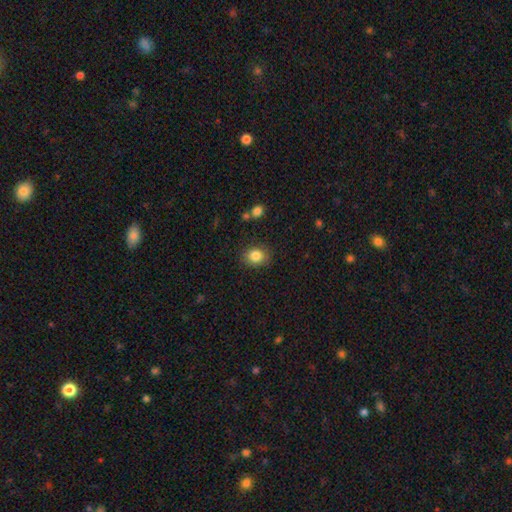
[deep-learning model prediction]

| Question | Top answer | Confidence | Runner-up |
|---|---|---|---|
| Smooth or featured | smooth | 84% | star or artifact (10%) |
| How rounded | round | 55% | in between (44%) |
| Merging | none | 85% | minor disturbance (11%) |